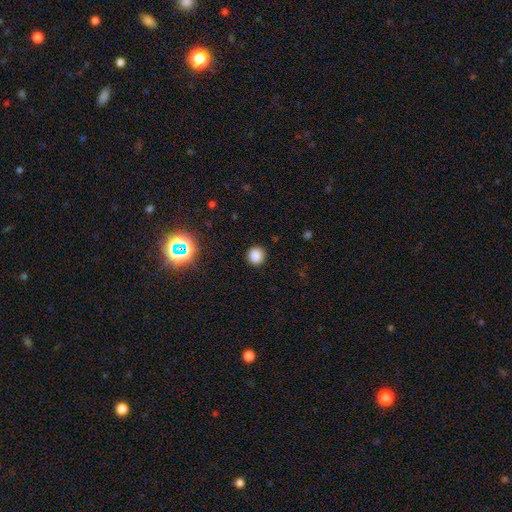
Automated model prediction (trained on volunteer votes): A smooth galaxy with no disk features (82%) that is round (92%). Merging: none (90%).